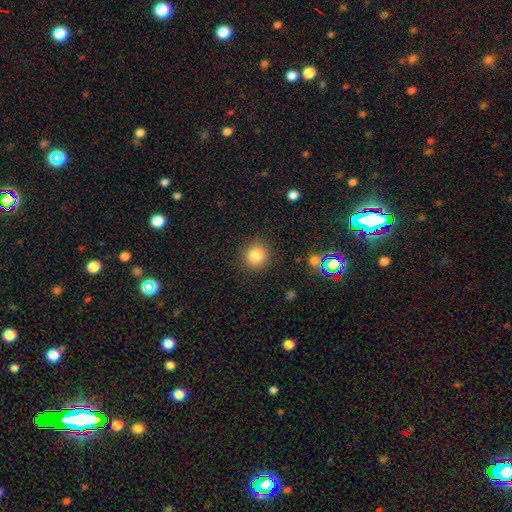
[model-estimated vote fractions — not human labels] Smooth or featured? smooth (83%)
How rounded? round (91%)
Merging? none (89%)